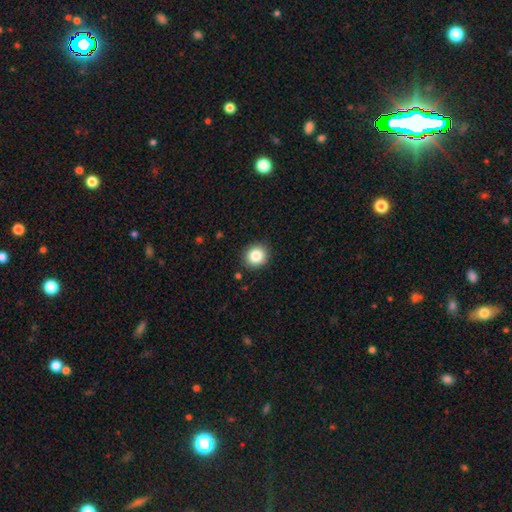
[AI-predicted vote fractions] Smooth or featured? Predicted: smooth (p=0.85). How rounded? Predicted: round (p=0.88). Merging? Predicted: none (p=0.89).